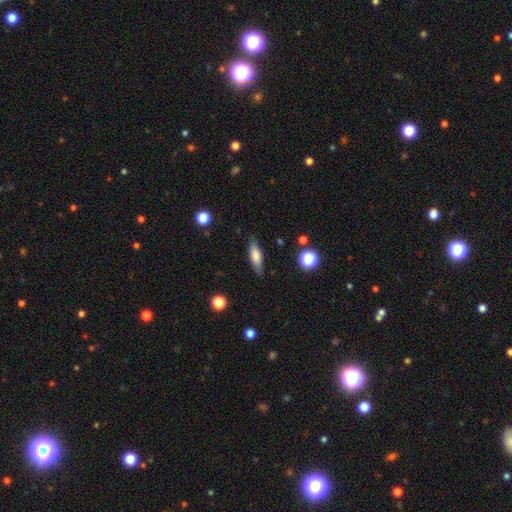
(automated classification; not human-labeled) Overall: smooth (72%). How rounded: cigar-shaped (51%; in between 46%). Merging: none (84%).